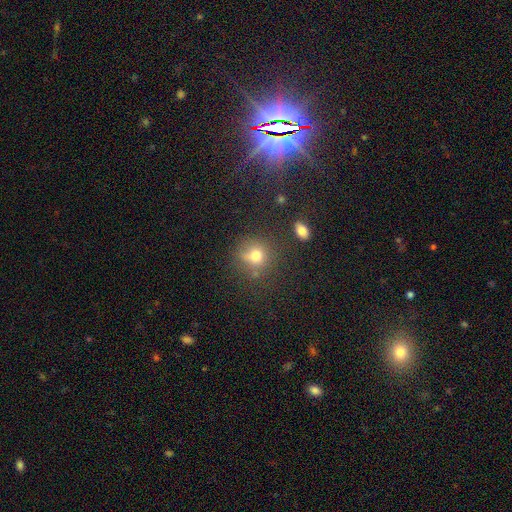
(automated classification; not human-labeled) Smooth or featured? Predicted: smooth (p=0.74). How rounded? Predicted: round (p=0.83). Merging? Predicted: none (p=0.69).